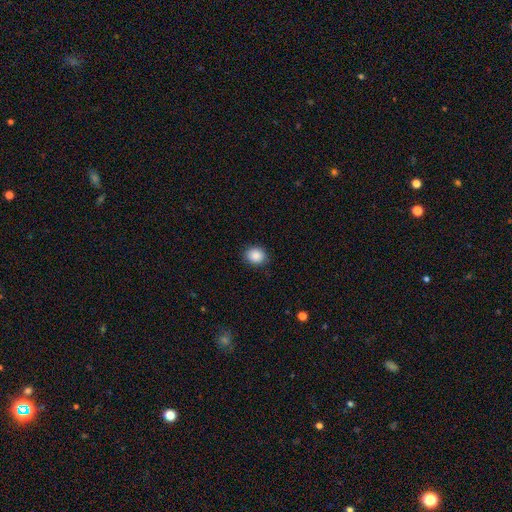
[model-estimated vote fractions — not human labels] Smooth or featured? Predicted: smooth (p=0.88). How rounded? Predicted: round (p=0.67). Merging? Predicted: none (p=0.86).